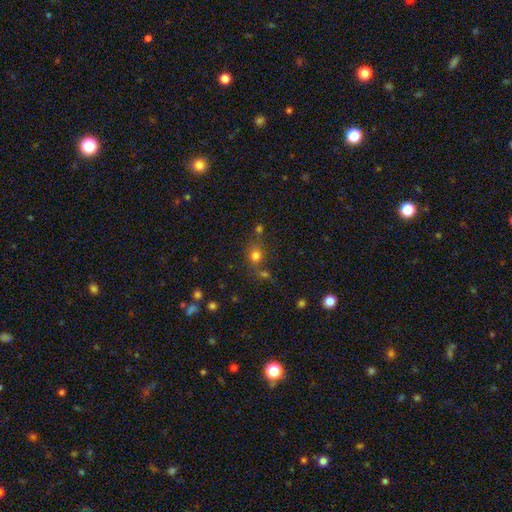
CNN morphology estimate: The model was most divided on "how rounded": round: 72%, in between: 27%, cigar-shaped: 1%. More confident: smooth or featured — smooth (74%); merging — none (66%).